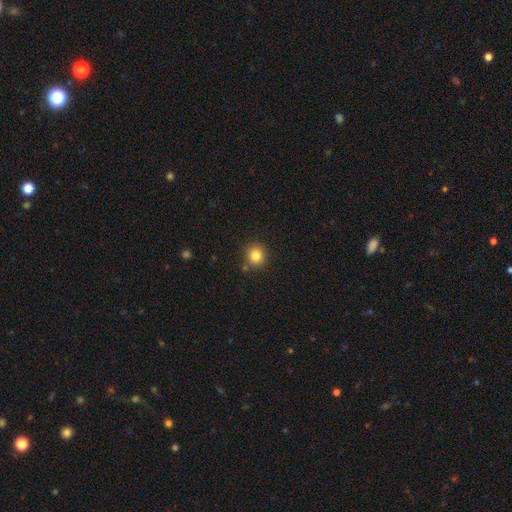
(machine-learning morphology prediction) smooth-or-featured: smooth: 83% | star or artifact: 11% | featured or disk: 6%
  how-rounded: round: 91% | in between: 8% | cigar-shaped: 1%
  merging: none: 86% | minor disturbance: 8% | merger: 4% | major disturbance: 2%